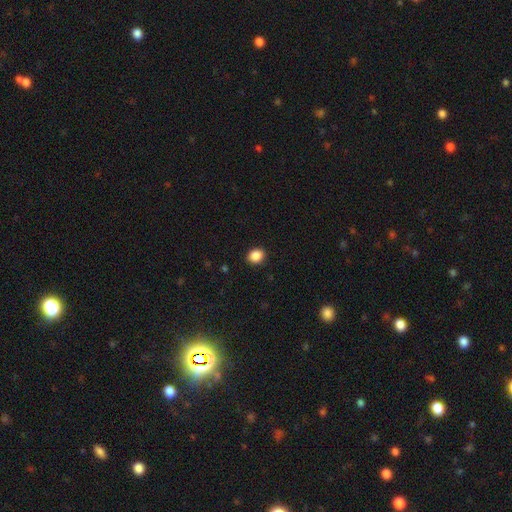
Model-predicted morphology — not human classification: A smooth galaxy with no disk features (88%) that is round (58%). Merging: none (90%).